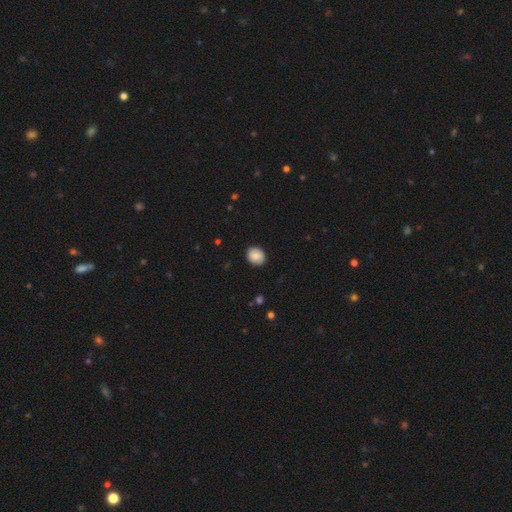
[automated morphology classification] Smooth or featured? Predicted: smooth (p=0.88). How rounded? Predicted: round (p=0.61). Merging? Predicted: none (p=0.90).